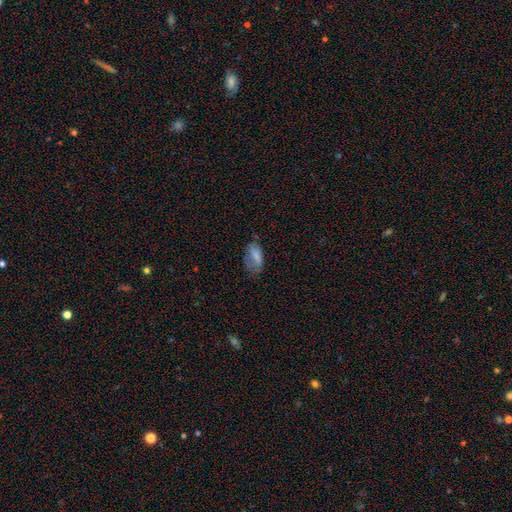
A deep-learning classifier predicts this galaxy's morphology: A smooth galaxy with no disk features (73%) that is in between round and cigar-shaped (90%). Merging: none (47%).